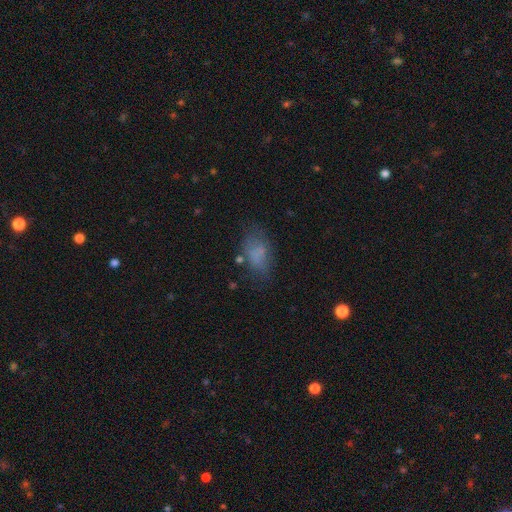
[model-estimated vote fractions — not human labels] This appears to be a smooth galaxy with no disk features (68%) that is in between round and cigar-shaped (89%). Merging: none (60%).